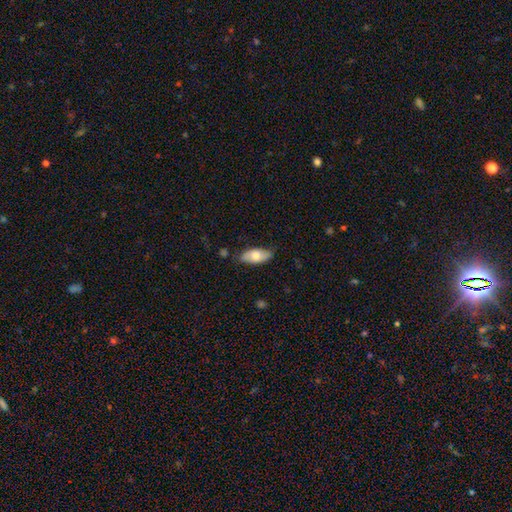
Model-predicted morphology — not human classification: Smooth or featured? Predicted: smooth (p=0.72). How rounded? Predicted: in between (p=0.89). Merging? Predicted: none (p=0.79).